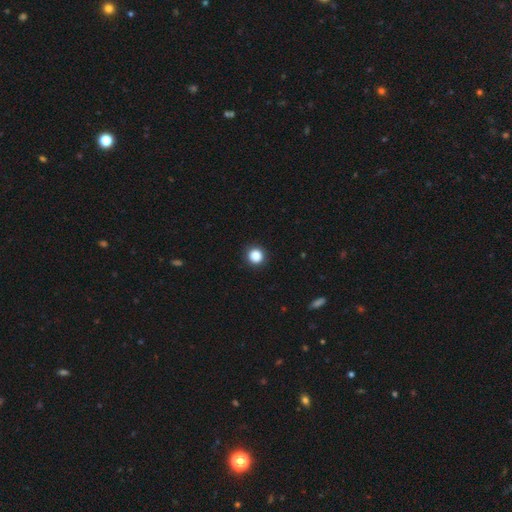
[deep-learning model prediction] Overall: smooth (86%). How rounded: round (93%). Merging: none (91%).